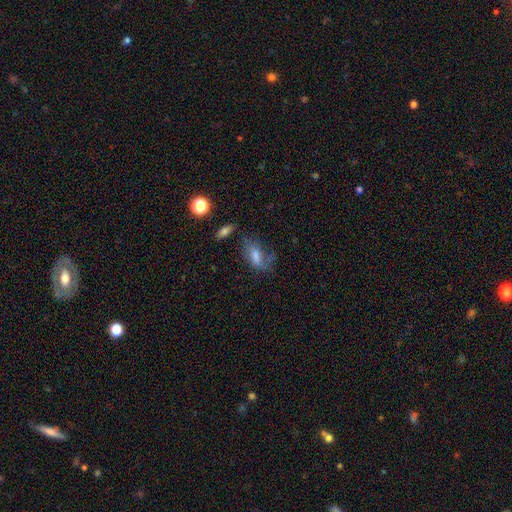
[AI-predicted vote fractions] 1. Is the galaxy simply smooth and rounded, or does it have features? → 55% smooth, 31% featured or disk, 15% star or artifact.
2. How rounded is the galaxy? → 81% in between, 11% cigar-shaped, 9% round.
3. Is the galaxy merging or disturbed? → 44% none, 26% minor disturbance, 23% major disturbance, 6% merger.